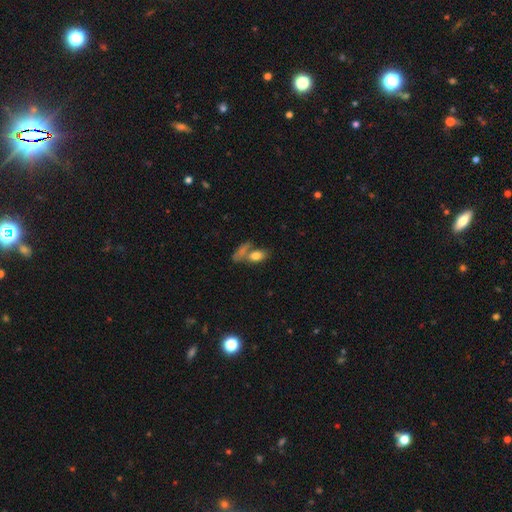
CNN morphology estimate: The model was most divided on "merging": none: 43%, merger: 40%, minor disturbance: 11%, major disturbance: 5%. More confident: how rounded — in between (84%); smooth or featured — smooth (77%).